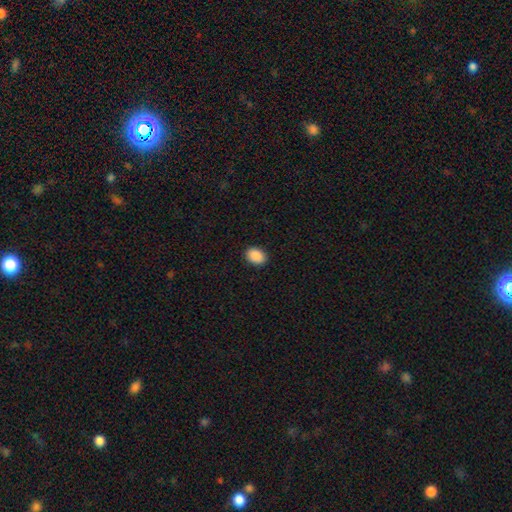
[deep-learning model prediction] The model was most divided on "how rounded": in between: 72%, round: 27%, cigar-shaped: 1%. More confident: merging — none (91%); smooth or featured — smooth (90%).